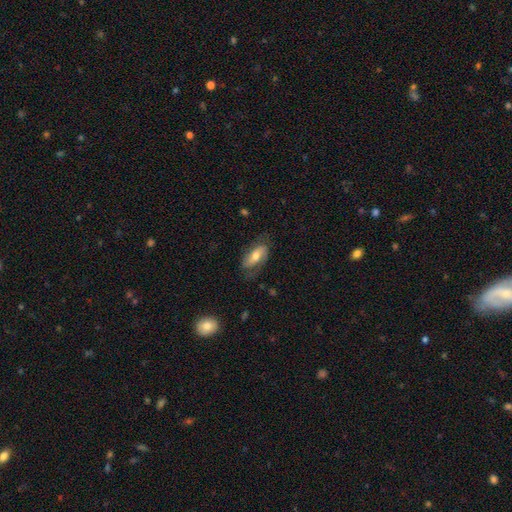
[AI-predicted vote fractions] smooth_or_featured: featured or disk (p=0.54) [alt: smooth p=0.40]
disk_edge_on: no (p=0.89) [alt: yes p=0.11]
merging: none (p=0.63) [alt: minor disturbance p=0.22]